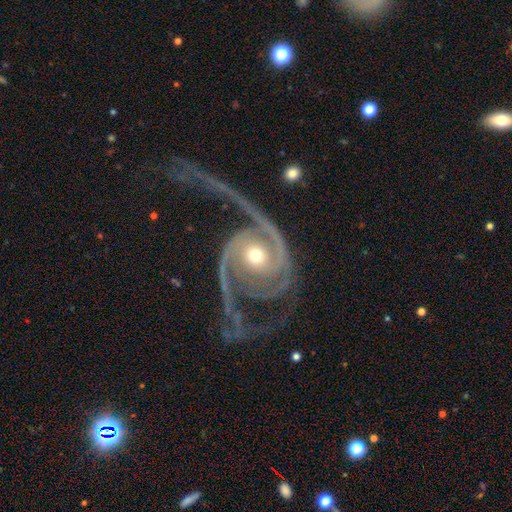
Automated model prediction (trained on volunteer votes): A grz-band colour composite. It shows a featured or disk galaxy (92%) with no bar (72%), 2 (87%) medium (43%) spiral arms (98%) and a moderate central bulge (58%). Merging: none (49%).